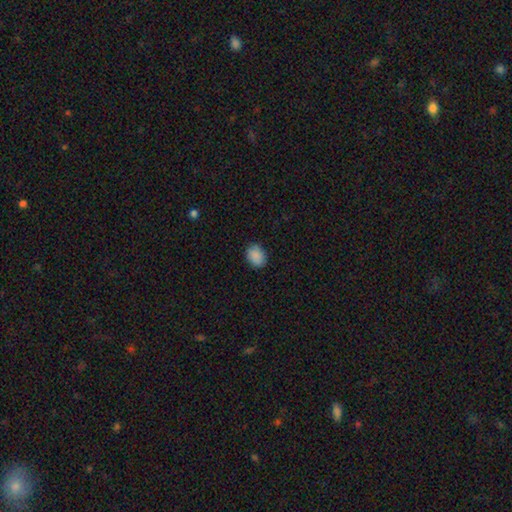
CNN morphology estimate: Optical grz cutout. It shows a smooth galaxy with no disk features (89%) that is in between round and cigar-shaped (60%). Merging: none (86%).